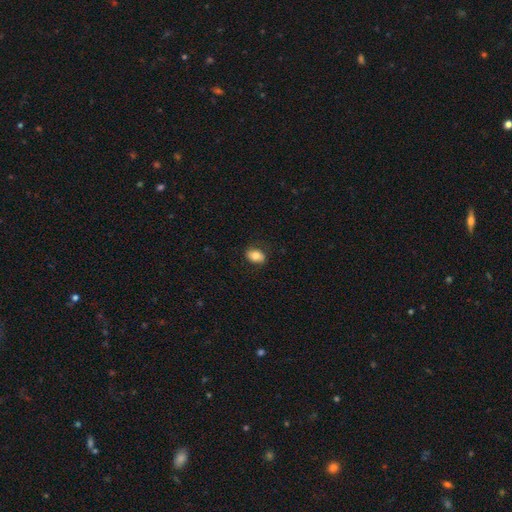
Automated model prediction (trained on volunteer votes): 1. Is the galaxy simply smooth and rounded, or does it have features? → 79% smooth, 13% featured or disk, 8% star or artifact.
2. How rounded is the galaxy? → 79% in between, 20% round, 1% cigar-shaped.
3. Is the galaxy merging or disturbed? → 83% none, 13% minor disturbance, 3% major disturbance, 1% merger.